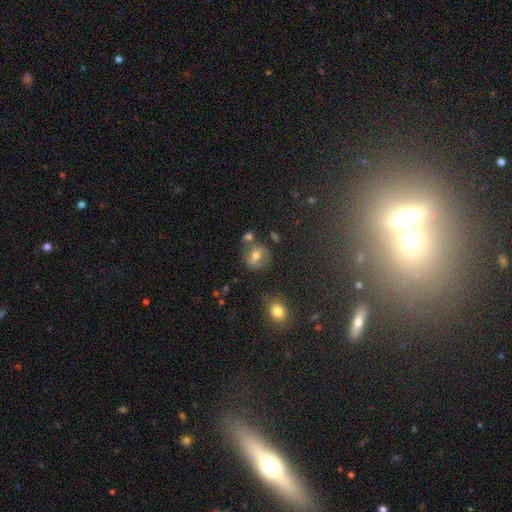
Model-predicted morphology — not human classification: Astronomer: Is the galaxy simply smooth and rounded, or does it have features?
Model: smooth — 60%.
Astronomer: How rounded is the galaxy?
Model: round — 78%.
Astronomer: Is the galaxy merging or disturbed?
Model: none — 67%.